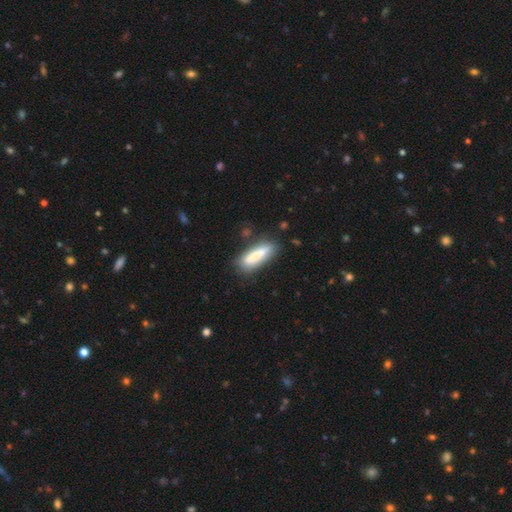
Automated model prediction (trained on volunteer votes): Smooth or featured?
  - smooth: 71% *
  - featured or disk: 23%
  - star or artifact: 6%
How rounded?
  - cigar-shaped: 60% *
  - in between: 39%
  - round: 2%
Merging?
  - none: 72% *
  - minor disturbance: 17%
  - merger: 6%
  - major disturbance: 5%